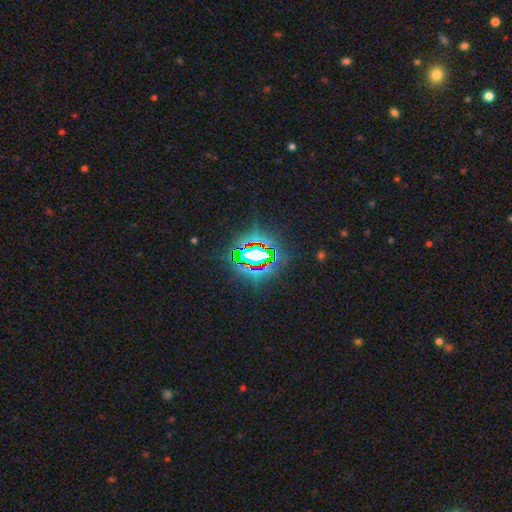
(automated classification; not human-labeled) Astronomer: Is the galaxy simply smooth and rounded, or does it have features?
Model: star or artifact — 76%.